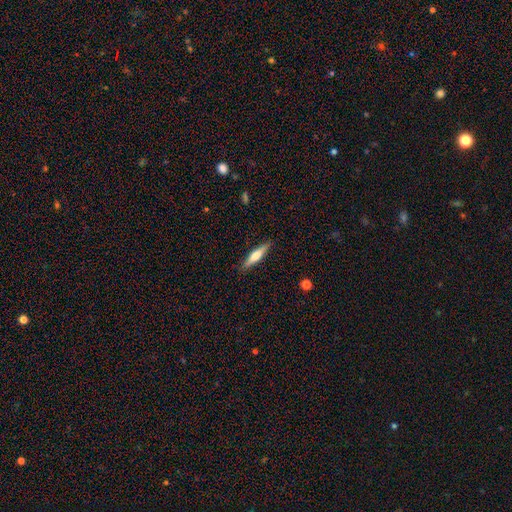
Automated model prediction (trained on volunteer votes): This appears to be a smooth galaxy with no disk features (52%) that is cigar-shaped (83%). Merging: none (88%).